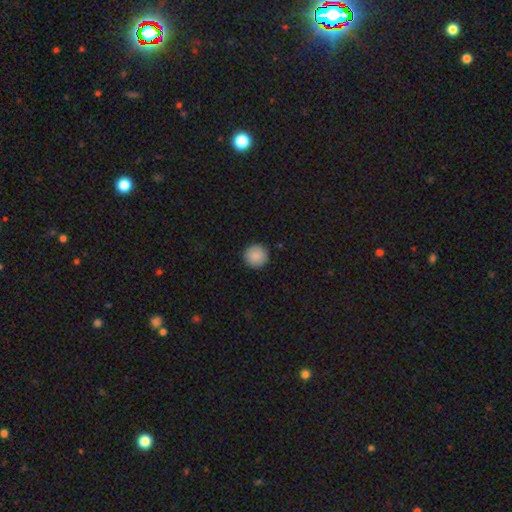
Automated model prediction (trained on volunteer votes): A smooth galaxy with no disk features (88%) that is round (96%). Merging: none (93%).